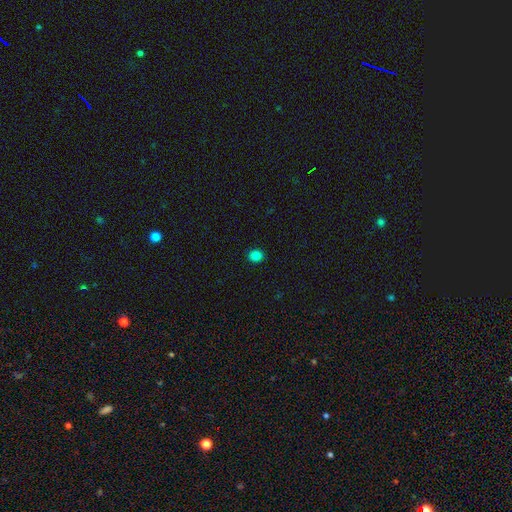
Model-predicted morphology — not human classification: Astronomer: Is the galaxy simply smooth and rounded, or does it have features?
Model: smooth — 84%.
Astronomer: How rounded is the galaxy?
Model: round — 68%.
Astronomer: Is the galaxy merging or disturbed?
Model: none — 92%.